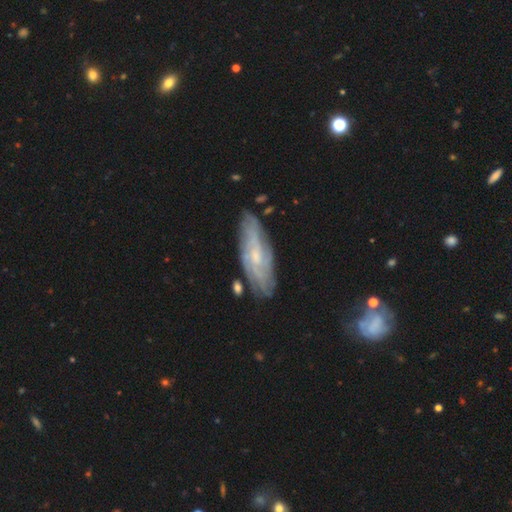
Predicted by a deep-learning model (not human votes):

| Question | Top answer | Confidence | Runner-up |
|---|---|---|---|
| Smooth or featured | featured or disk | 71% | smooth (22%) |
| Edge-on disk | no | 80% | yes (20%) |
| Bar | no | 54% | weak (38%) |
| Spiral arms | yes | 85% | no (15%) |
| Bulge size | small | 59% | moderate (30%) |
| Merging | none | 75% | minor disturbance (17%) |